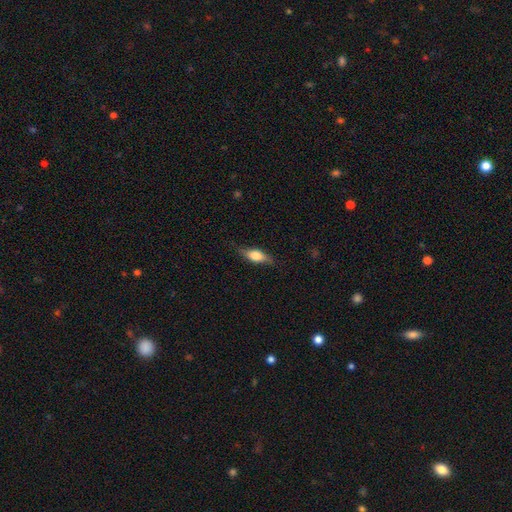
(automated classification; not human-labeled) This is possibly a smooth galaxy (55%). How rounded: likely in between (66%). Merging: likely none (75%).